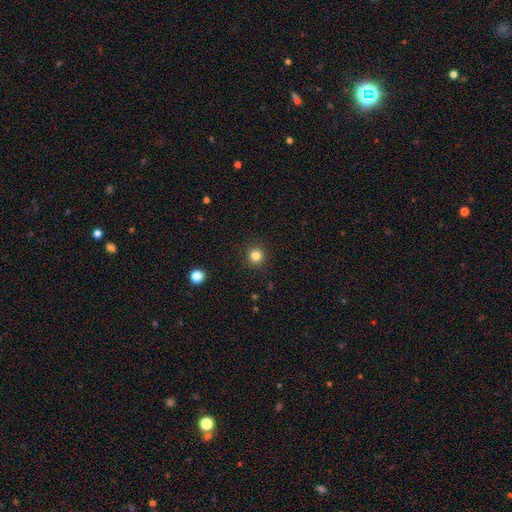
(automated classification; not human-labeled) A smooth galaxy with no disk features (83%) that is round (94%). Merging: none (92%).